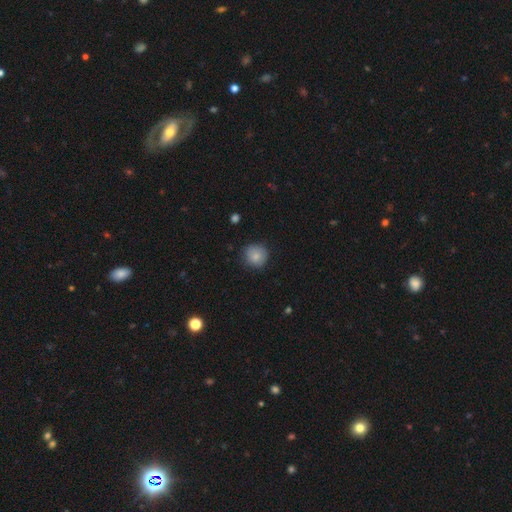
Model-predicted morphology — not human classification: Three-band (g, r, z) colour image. It shows a smooth galaxy with no disk features (83%) that is round (91%). Merging: none (81%).